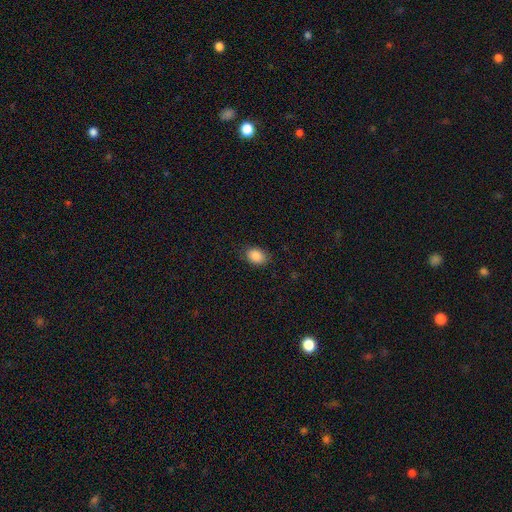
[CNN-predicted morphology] Smooth or featured: smooth — 87% (star or artifact — 8%)
How rounded: in between — 78% (round — 21%)
Merging: none — 82% (minor disturbance — 14%)